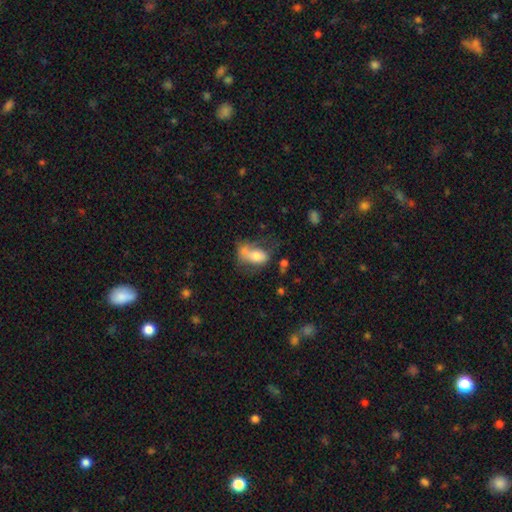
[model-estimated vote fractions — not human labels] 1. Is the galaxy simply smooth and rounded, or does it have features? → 58% smooth, 33% featured or disk, 9% star or artifact.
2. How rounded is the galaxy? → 86% in between, 10% round, 5% cigar-shaped.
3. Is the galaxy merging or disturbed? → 32% major disturbance, 27% none, 22% minor disturbance, 19% merger.